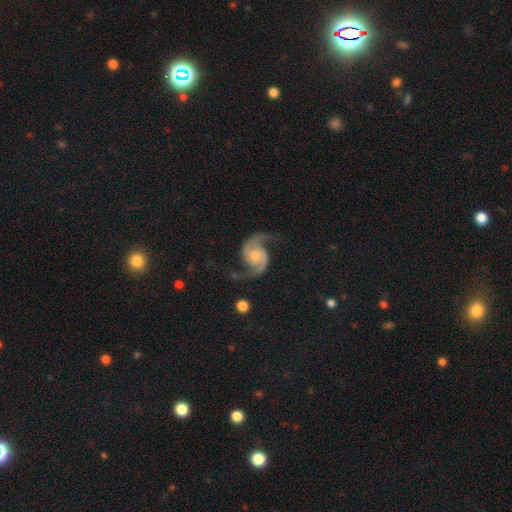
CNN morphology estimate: A featured or disk galaxy (93%) with no bar (67%), 2 (95%) loose (46%) spiral arms (98%) and a moderate central bulge (51%). Merging: none (78%).